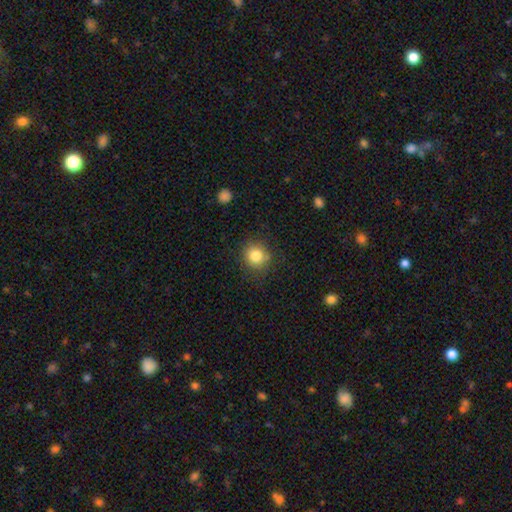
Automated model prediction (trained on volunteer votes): smooth_or_featured: smooth (p=0.82) [alt: star or artifact p=0.11]
how_rounded: round (p=0.89) [alt: in between p=0.10]
merging: none (p=0.85) [alt: minor disturbance p=0.10]